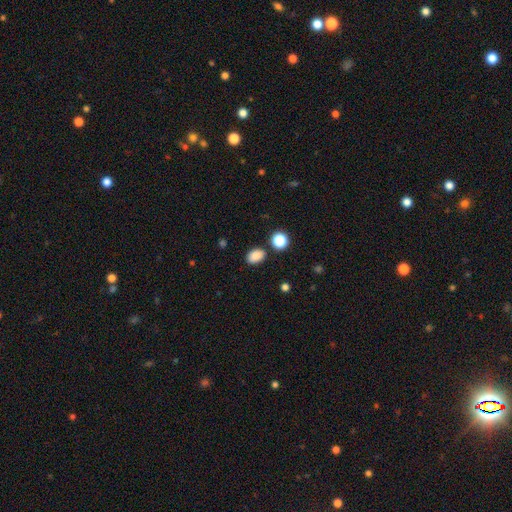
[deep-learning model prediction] smooth_or_featured: smooth (p=0.86) [alt: star or artifact p=0.11]
how_rounded: in between (p=0.78) [alt: round p=0.21]
merging: none (p=0.83) [alt: minor disturbance p=0.10]